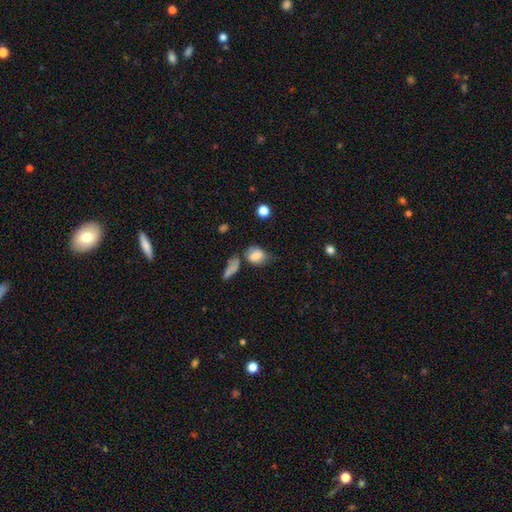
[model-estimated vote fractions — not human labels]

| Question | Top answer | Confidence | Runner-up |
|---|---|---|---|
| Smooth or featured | smooth | 77% | featured or disk (13%) |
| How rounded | in between | 69% | round (29%) |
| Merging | none | 41% | minor disturbance (27%) |